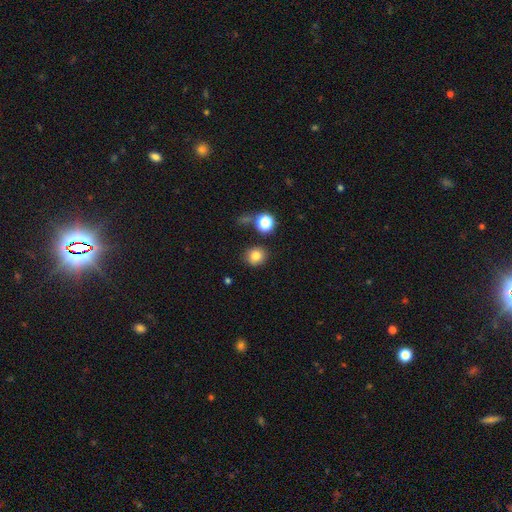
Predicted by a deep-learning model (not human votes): Overall: smooth (80%). How rounded: round (84%). Merging: none (83%).